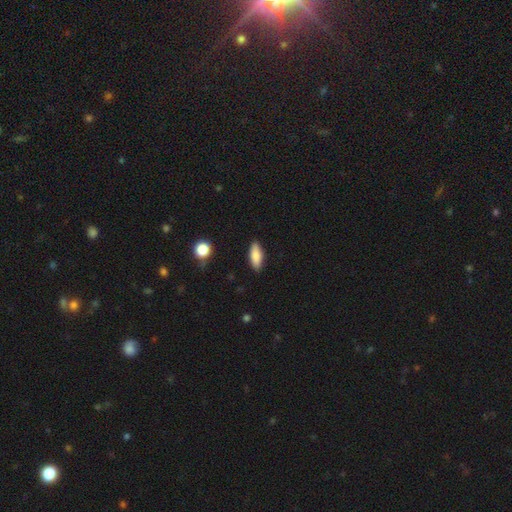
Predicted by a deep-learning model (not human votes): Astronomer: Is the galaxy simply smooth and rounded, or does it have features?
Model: smooth — 82%.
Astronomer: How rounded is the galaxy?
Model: in between — 68%.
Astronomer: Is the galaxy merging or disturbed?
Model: none — 87%.